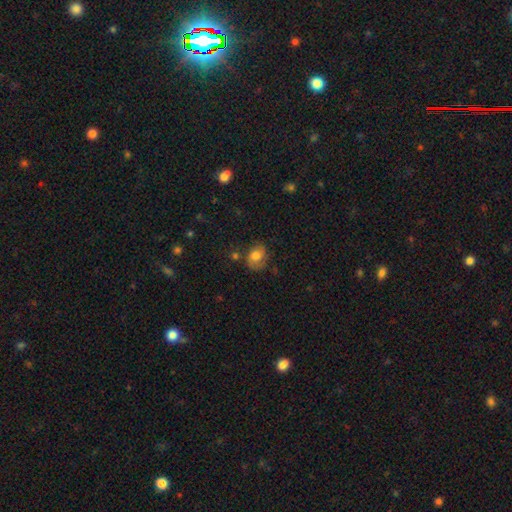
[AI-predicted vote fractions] This appears to be a smooth galaxy with no disk features (67%) that is in between round and cigar-shaped (56%). Merging: none (61%).